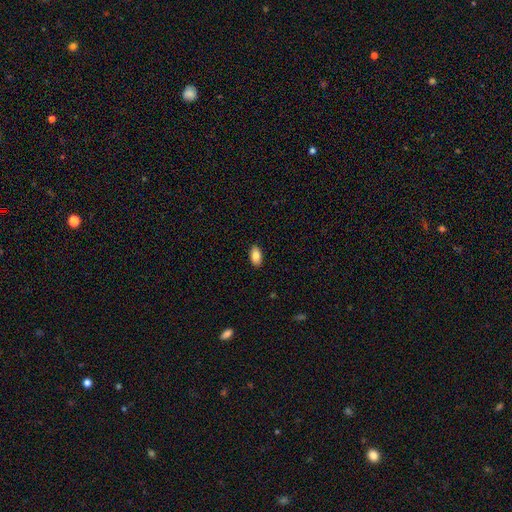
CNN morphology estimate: Q: Smooth or featured?
A: smooth (86%); runner-up: featured or disk (7%)
Q: How rounded?
A: in between (93%); runner-up: round (4%)
Q: Merging?
A: none (89%); runner-up: minor disturbance (8%)